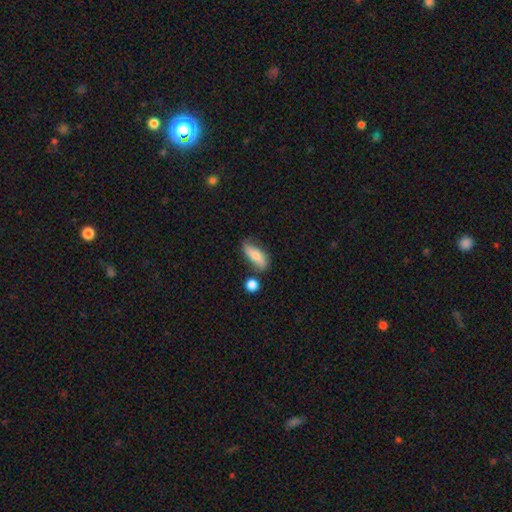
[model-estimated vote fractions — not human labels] smooth 68%, featured or disk 25%, star or artifact 7%. Down the decision tree: how rounded — in between (68%); merging — none (62%).